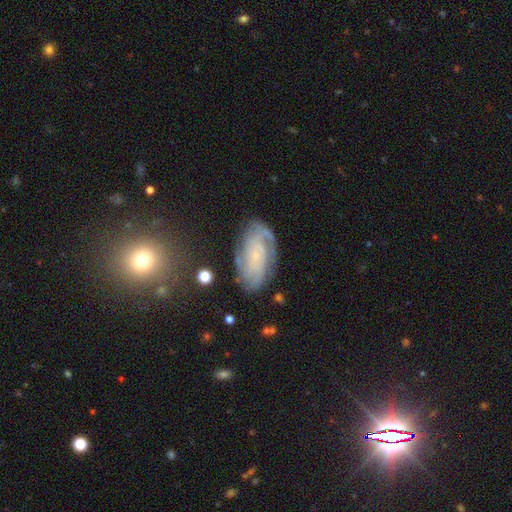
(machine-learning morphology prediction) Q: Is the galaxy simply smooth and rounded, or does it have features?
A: featured or disk — 77%.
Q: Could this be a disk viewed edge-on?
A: no — 95%.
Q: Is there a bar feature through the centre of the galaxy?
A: no — 70%.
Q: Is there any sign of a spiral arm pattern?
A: yes — 94%.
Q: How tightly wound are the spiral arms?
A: tight — 64%.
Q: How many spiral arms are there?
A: can't tell — 34%.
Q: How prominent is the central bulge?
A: small — 81%.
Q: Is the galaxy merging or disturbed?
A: none — 76%.